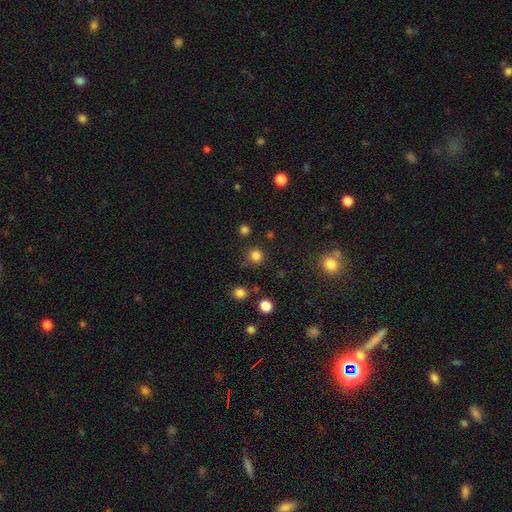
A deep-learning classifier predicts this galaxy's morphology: type=smooth (80%); roundness=round (94%); merging=none (85%).